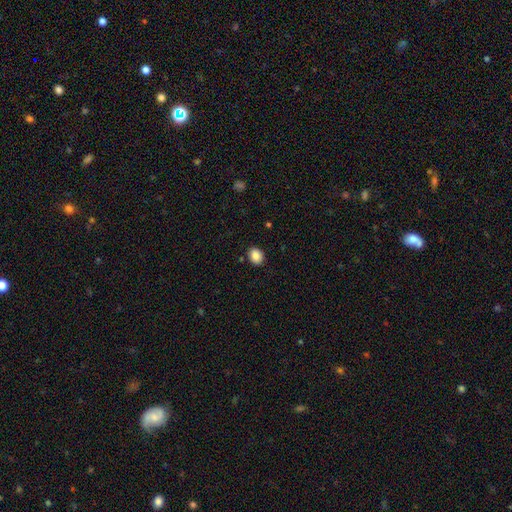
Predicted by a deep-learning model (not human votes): Overall: smooth (87%). How rounded: in between (52%; round 47%). Merging: none (88%).